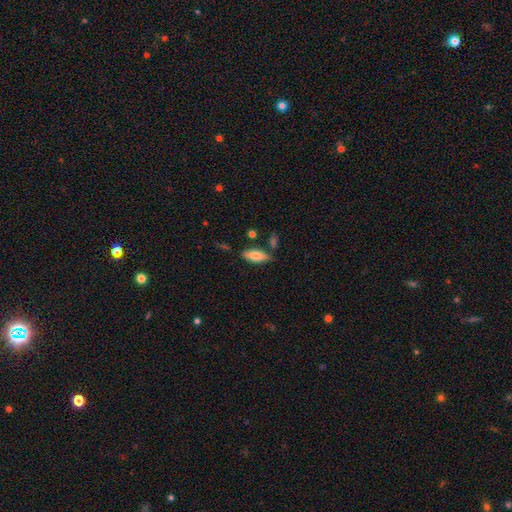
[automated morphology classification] This appears to be a smooth galaxy with no disk features (73%) that is in between round and cigar-shaped (68%). Merging: none (76%).